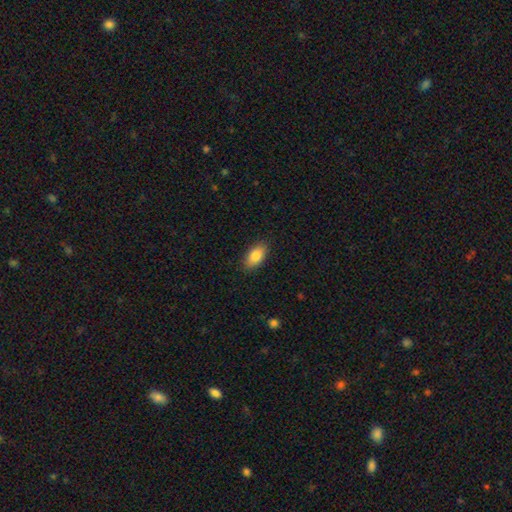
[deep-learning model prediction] A smooth galaxy with no disk features (84%) that is in between round and cigar-shaped (91%).

Vote fractions:
- Smooth or featured? smooth: 84% / featured or disk: 9% / star or artifact: 7%
- How rounded? in between: 91% / round: 4% / cigar-shaped: 4%
- Merging? none: 88% / minor disturbance: 9% / major disturbance: 2% / merger: 1%